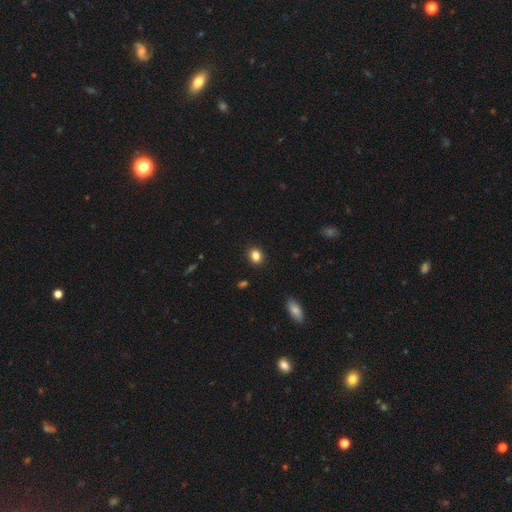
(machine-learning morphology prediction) A smooth galaxy with no disk features (84%) that is round (63%).

Vote fractions:
- Smooth or featured? smooth: 84% / star or artifact: 11% / featured or disk: 5%
- How rounded? round: 63% / in between: 36% / cigar-shaped: 1%
- Merging? none: 91% / minor disturbance: 7% / major disturbance: 2% / merger: 1%